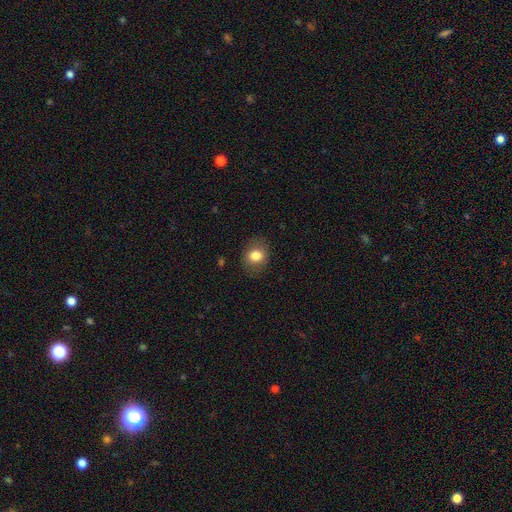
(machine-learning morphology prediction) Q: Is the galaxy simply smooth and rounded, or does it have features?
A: smooth — 81%.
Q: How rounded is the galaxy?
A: round — 59%.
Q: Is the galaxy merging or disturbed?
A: none — 84%.